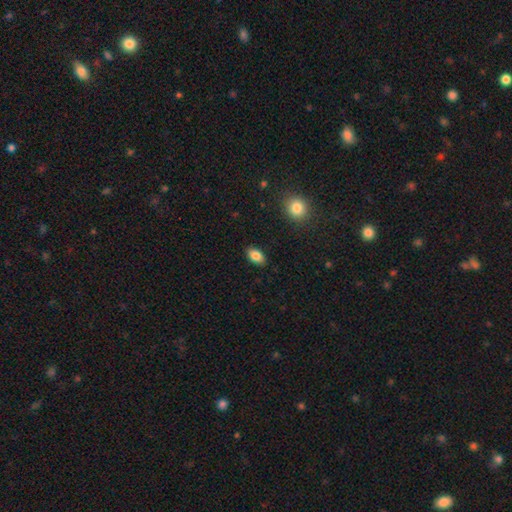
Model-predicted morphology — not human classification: This appears to be a smooth galaxy with no disk features (85%) that is in between round and cigar-shaped (91%). Merging: none (88%).